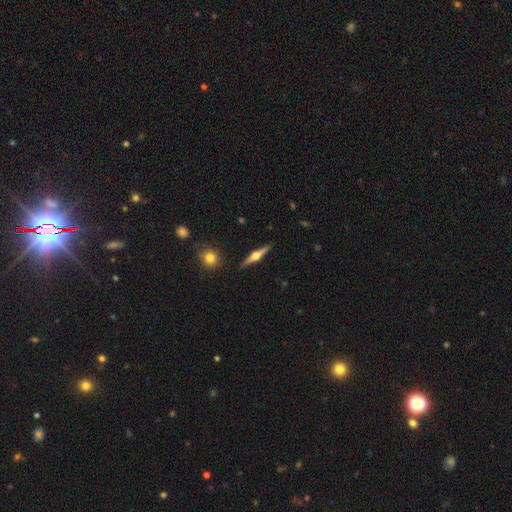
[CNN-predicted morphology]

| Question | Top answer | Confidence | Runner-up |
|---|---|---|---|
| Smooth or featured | featured or disk | 78% | smooth (16%) |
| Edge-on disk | yes | 98% | no (2%) |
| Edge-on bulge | rounded | 95% | boxy (3%) |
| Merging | none | 90% | minor disturbance (7%) |